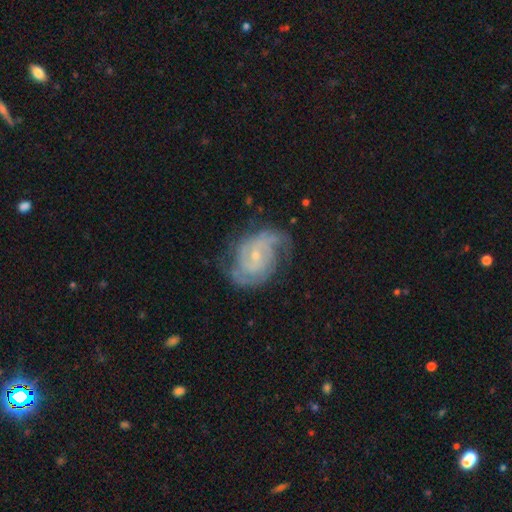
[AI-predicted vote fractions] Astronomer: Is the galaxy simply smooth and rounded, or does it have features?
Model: featured or disk — 87%.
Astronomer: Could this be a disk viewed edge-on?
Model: no — 98%.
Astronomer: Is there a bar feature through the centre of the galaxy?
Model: no — 57% (runner-up: weak, 36%).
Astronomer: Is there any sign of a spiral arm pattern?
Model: yes — 97%.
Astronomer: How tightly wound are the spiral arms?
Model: tight — 48% (runner-up: medium, 42%).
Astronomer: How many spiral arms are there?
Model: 2 — 57%.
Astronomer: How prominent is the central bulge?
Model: small — 74%.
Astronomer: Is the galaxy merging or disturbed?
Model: none — 69%.